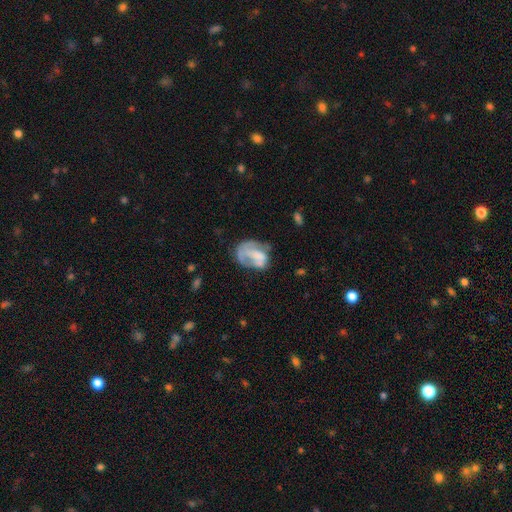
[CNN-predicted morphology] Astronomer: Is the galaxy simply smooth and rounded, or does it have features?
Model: featured or disk — 48% (runner-up: smooth, 43%).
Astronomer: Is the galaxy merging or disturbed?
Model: none — 35% (runner-up: major disturbance, 32%).